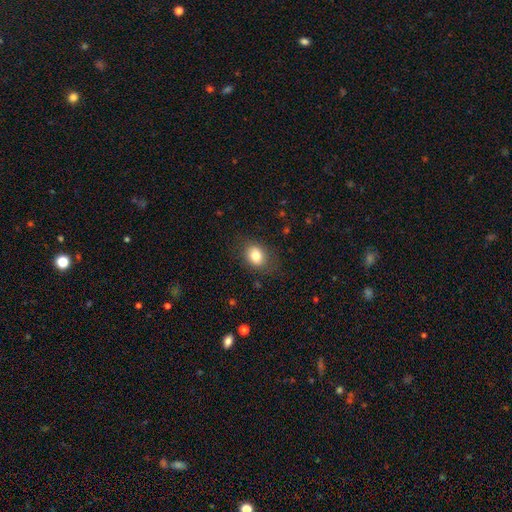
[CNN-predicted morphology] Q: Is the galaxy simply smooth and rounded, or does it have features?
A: smooth — 82%.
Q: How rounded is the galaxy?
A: in between — 57%.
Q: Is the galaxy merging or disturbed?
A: none — 79%.